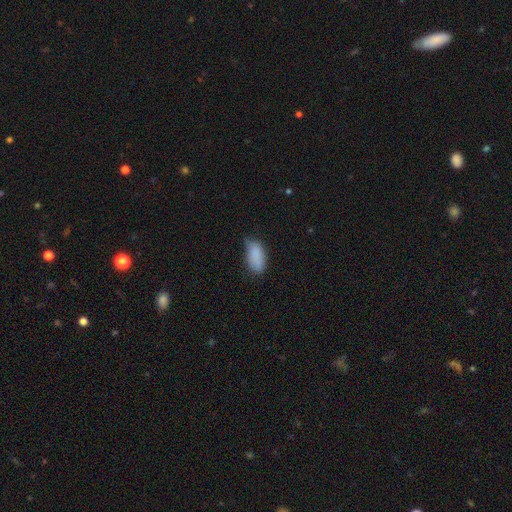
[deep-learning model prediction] Smooth or featured: smooth — 86% (star or artifact — 7%)
How rounded: in between — 91% (cigar-shaped — 6%)
Merging: none — 50% (minor disturbance — 39%)